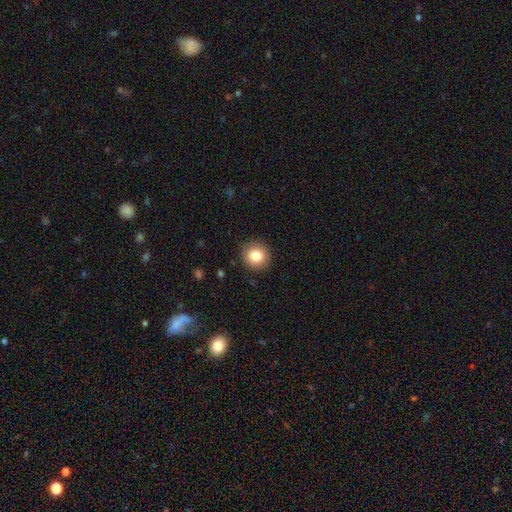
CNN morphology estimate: This is clearly a smooth galaxy (84%). How rounded: clearly round (92%). Merging: clearly none (90%).